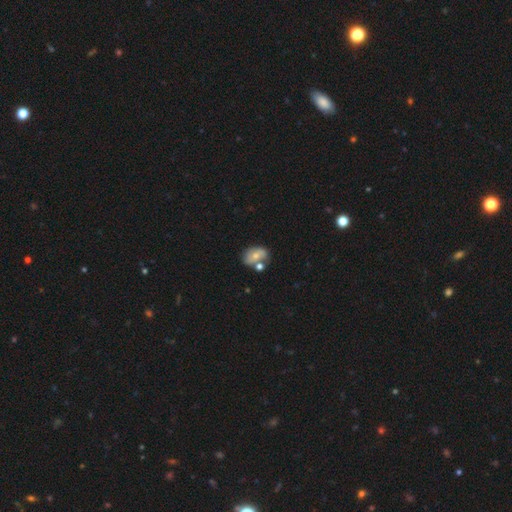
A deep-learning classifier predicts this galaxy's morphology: Overall: smooth (56%; featured or disk 36%). How rounded: in between (75%). Merging: none (48%; merger 29%).